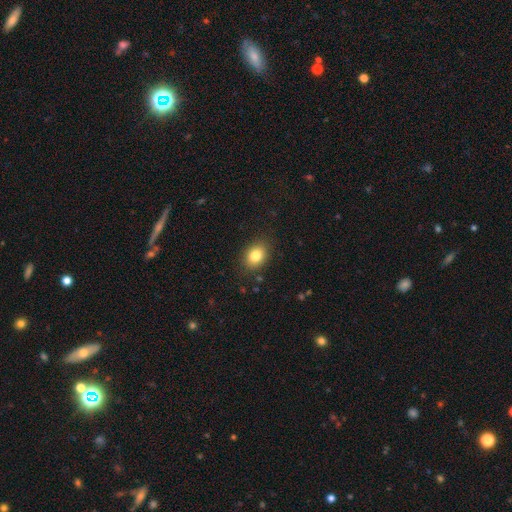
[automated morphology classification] Q: Smooth or featured?
A: smooth (82%); runner-up: star or artifact (10%)
Q: How rounded?
A: in between (66%); runner-up: round (32%)
Q: Merging?
A: none (86%); runner-up: minor disturbance (10%)